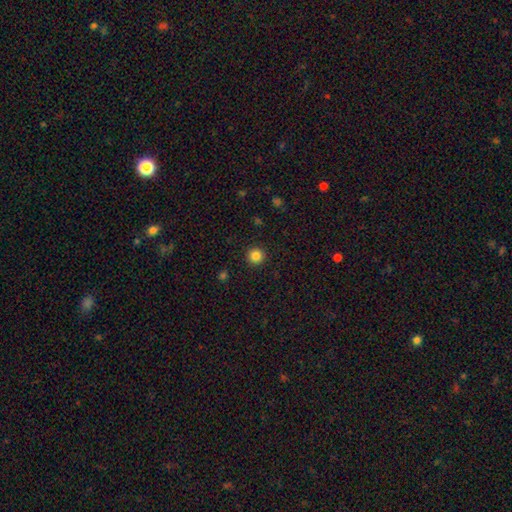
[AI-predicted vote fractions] Smooth or featured? Predicted: smooth (p=0.84). How rounded? Predicted: round (p=0.95). Merging? Predicted: none (p=0.93).